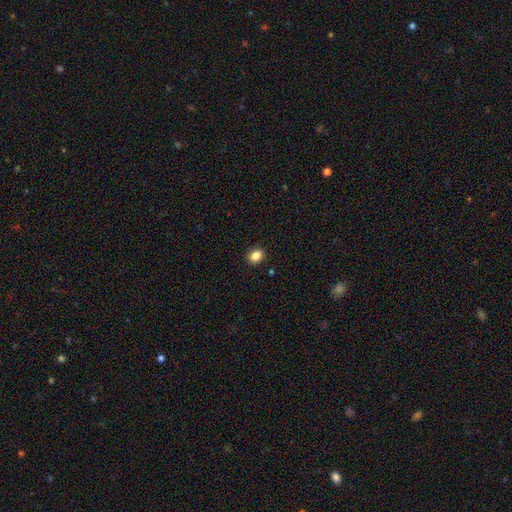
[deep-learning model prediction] Morphology: type=smooth (86%); roundness=in between (59%); merging=none (91%).